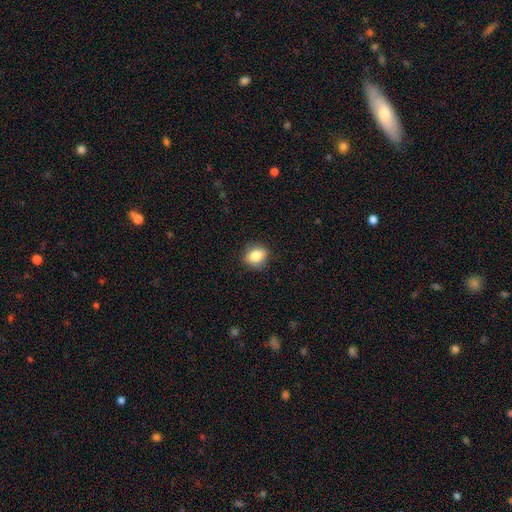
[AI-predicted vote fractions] A smooth galaxy with no disk features (81%) that is round (68%). Merging: none (87%).